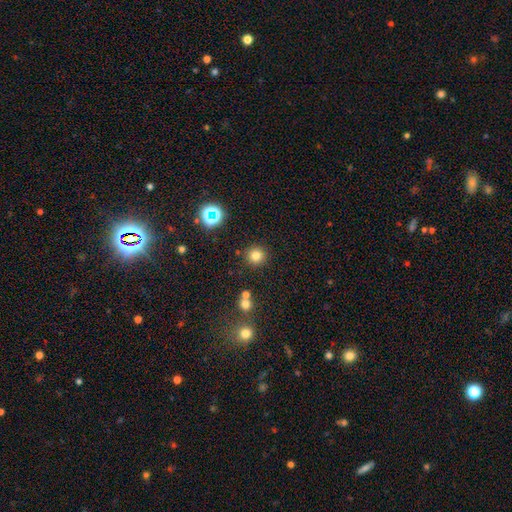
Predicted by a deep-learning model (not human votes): smooth_or_featured: smooth (p=0.78) [alt: star or artifact p=0.16]
how_rounded: round (p=0.94) [alt: in between p=0.05]
merging: none (p=0.87) [alt: minor disturbance p=0.06]